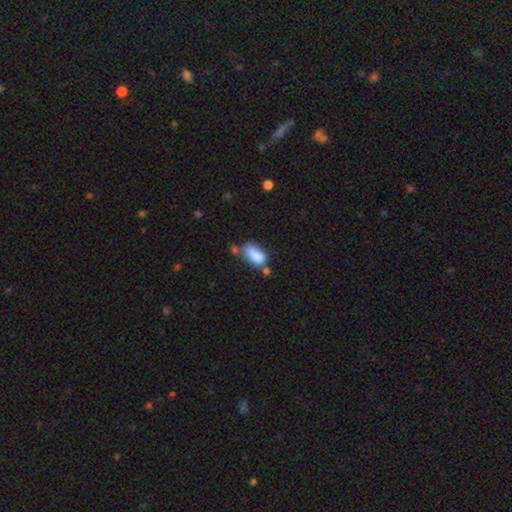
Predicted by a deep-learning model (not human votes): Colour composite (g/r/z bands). It shows a smooth galaxy with no disk features (84%) that is in between round and cigar-shaped (88%). Merging: none (45%).